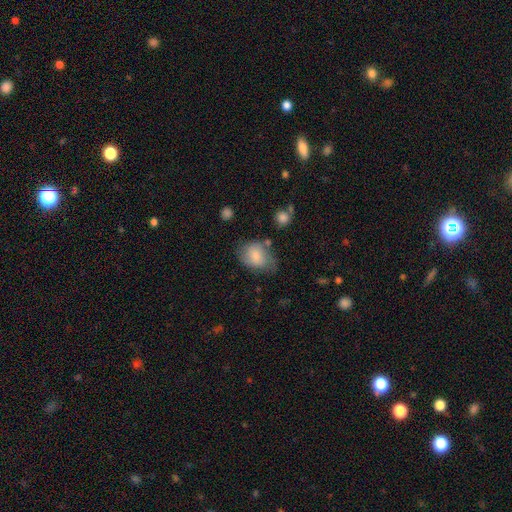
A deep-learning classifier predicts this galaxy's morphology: Smooth or featured? smooth (76%)
How rounded? in between (68%)
Merging? none (48%)